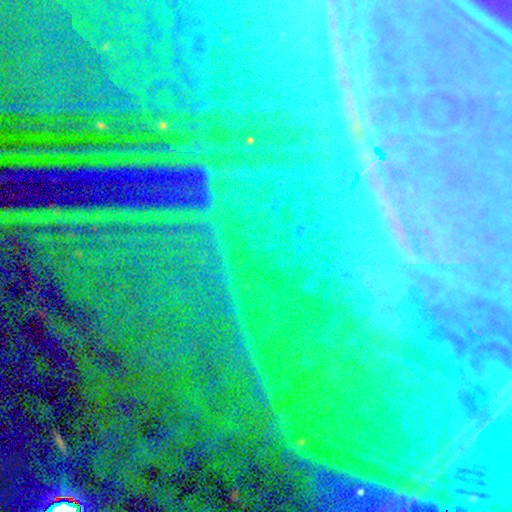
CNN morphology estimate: smooth-or-featured: star or artifact: 83% | featured or disk: 10% | smooth: 7%